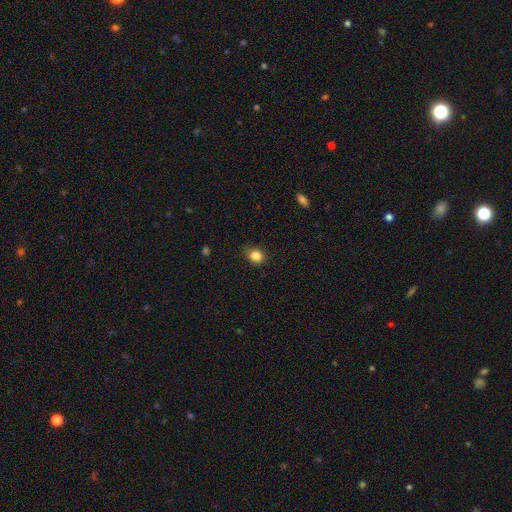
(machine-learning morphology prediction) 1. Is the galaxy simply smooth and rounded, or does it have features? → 85% smooth, 11% star or artifact, 4% featured or disk.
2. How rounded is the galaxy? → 68% round, 31% in between, 1% cigar-shaped.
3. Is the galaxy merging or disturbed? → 86% none, 11% minor disturbance, 2% major disturbance, 1% merger.